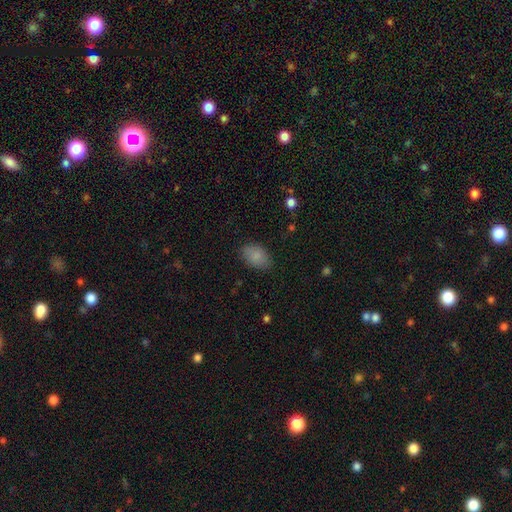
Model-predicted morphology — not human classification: Smooth or featured? smooth (86%)
How rounded? in between (88%)
Merging? none (82%)